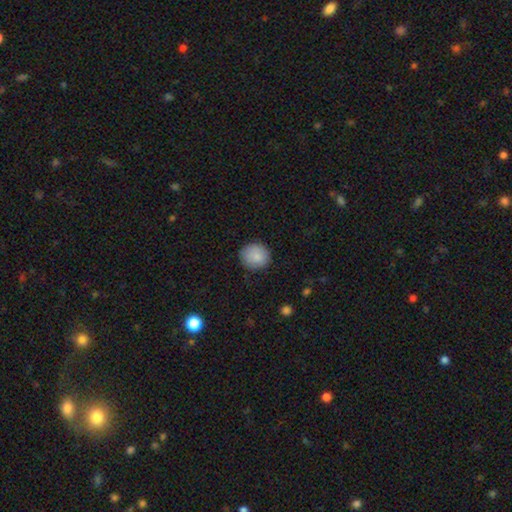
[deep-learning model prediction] Smooth or featured? smooth (86%)
How rounded? round (86%)
Merging? none (86%)